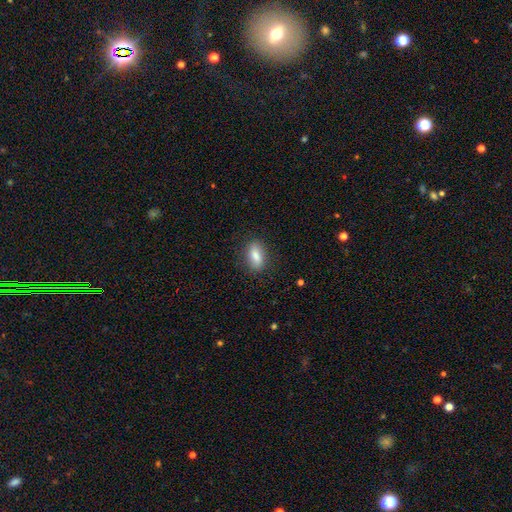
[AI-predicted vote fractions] Overall: smooth (81%). How rounded: in between (84%). Merging: none (85%).